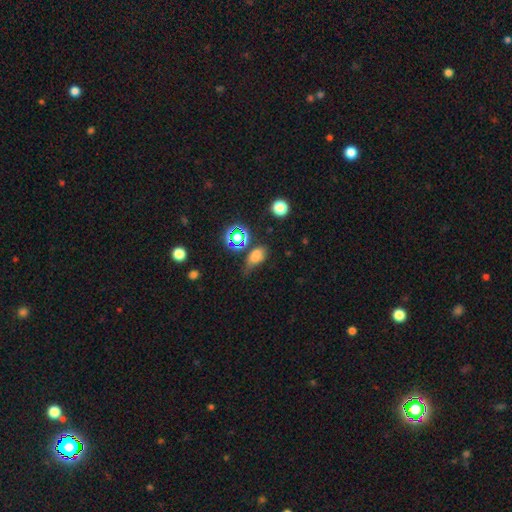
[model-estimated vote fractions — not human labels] smooth 65%, star or artifact 25%, featured or disk 10%. Down the decision tree: how rounded — in between (70%); merging — none (42%).